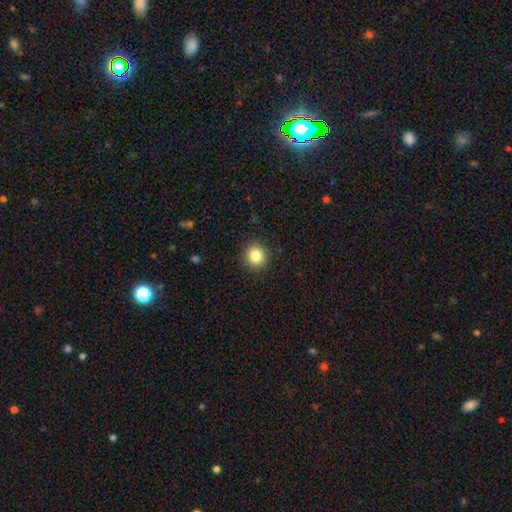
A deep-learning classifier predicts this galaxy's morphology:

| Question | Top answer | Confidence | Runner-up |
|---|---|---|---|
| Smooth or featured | smooth | 84% | star or artifact (11%) |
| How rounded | round | 93% | in between (6%) |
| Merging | none | 91% | minor disturbance (6%) |